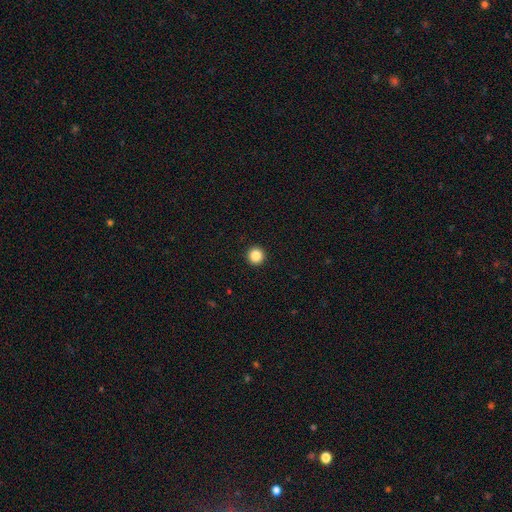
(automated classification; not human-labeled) This is clearly a smooth galaxy (87%). How rounded: clearly round (96%). Merging: clearly none (94%).